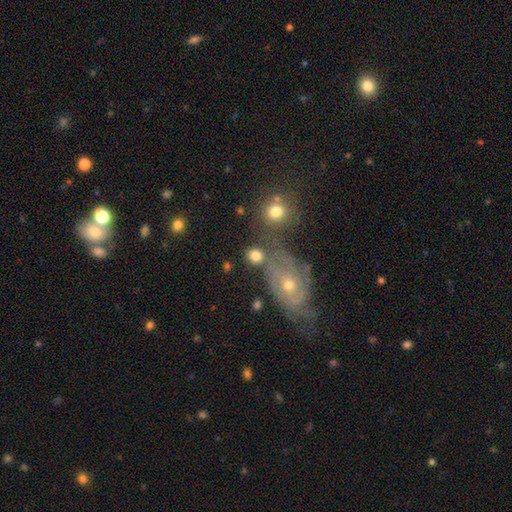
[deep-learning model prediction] smooth_or_featured: smooth (p=0.75) [alt: featured or disk p=0.14]
how_rounded: round (p=0.76) [alt: in between p=0.22]
merging: none (p=0.63) [alt: merger p=0.17]